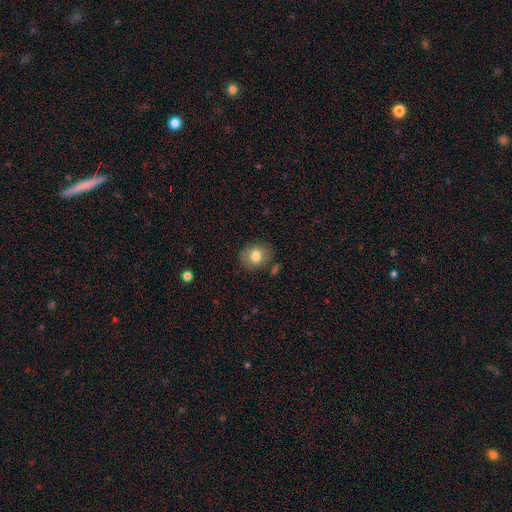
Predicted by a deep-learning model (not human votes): Smooth or featured? smooth (76%)
How rounded? round (53%)
Merging? none (80%)